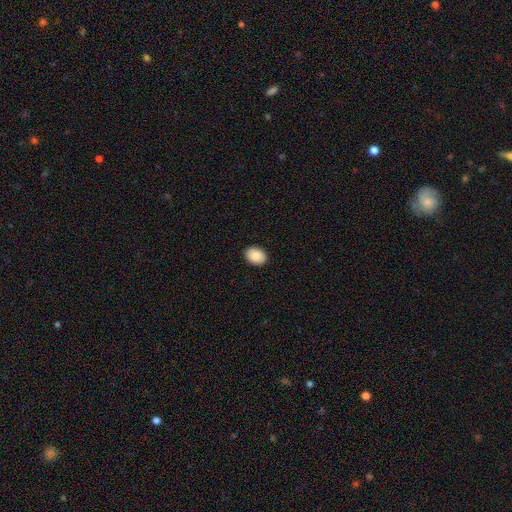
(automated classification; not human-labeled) Q: Smooth or featured?
A: smooth (88%); runner-up: star or artifact (7%)
Q: How rounded?
A: in between (73%); runner-up: round (26%)
Q: Merging?
A: none (90%); runner-up: minor disturbance (7%)